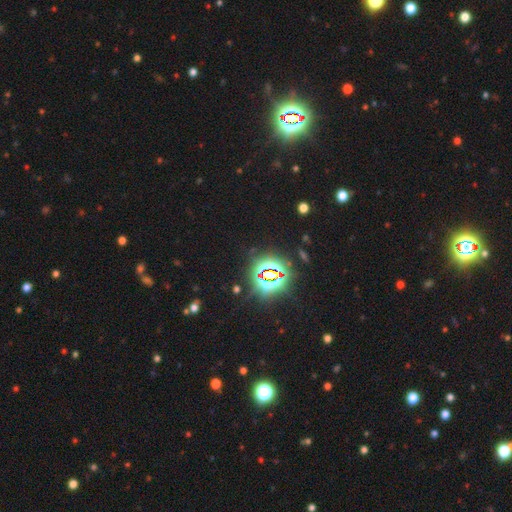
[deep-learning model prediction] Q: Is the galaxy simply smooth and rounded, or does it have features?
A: star or artifact — 84%.